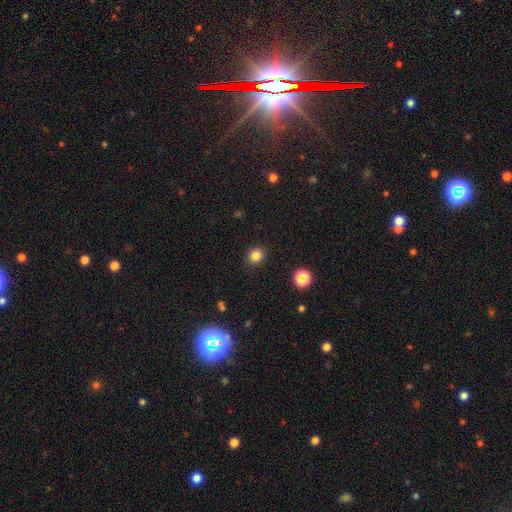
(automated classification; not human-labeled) This appears to be a smooth galaxy with no disk features (83%) that is round (75%). Merging: none (90%).